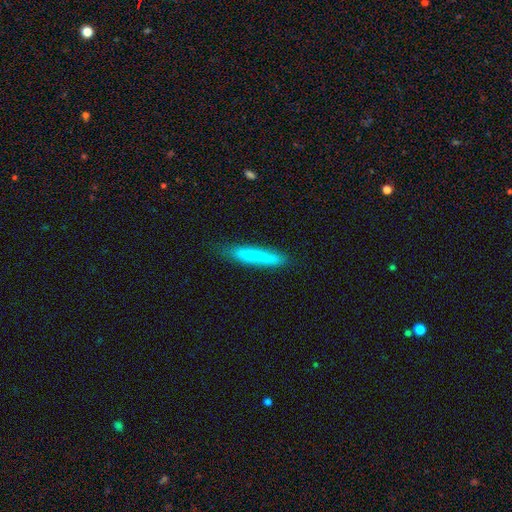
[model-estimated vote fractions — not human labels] Overall: smooth (70%). How rounded: cigar-shaped (90%). Merging: none (70%).